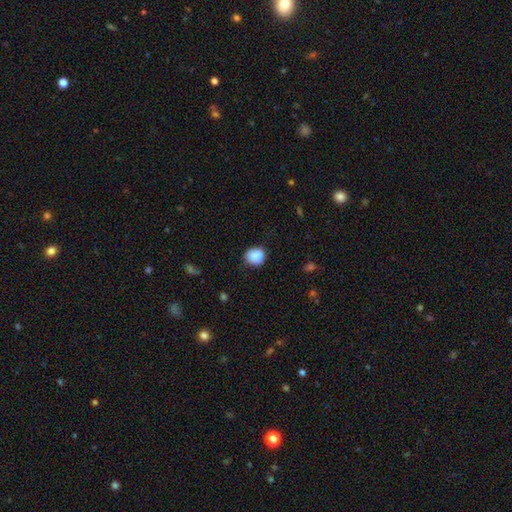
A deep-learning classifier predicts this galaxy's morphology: smooth 86%, star or artifact 9%, featured or disk 5%. Down the decision tree: how rounded — round (71%); merging — none (71%).